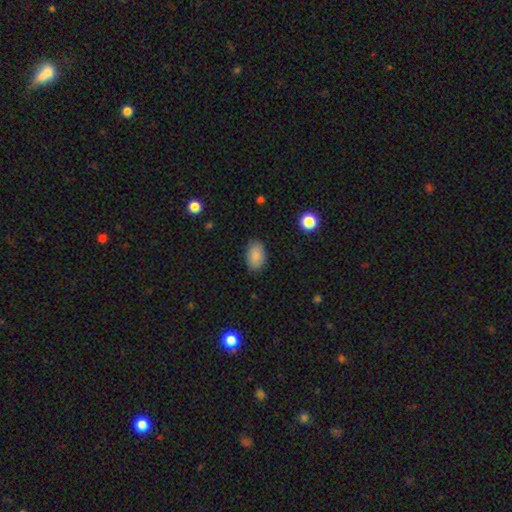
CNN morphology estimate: smooth_or_featured: smooth (p=0.87) [alt: star or artifact p=0.08]
how_rounded: in between (p=0.89) [alt: round p=0.10]
merging: none (p=0.84) [alt: minor disturbance p=0.12]